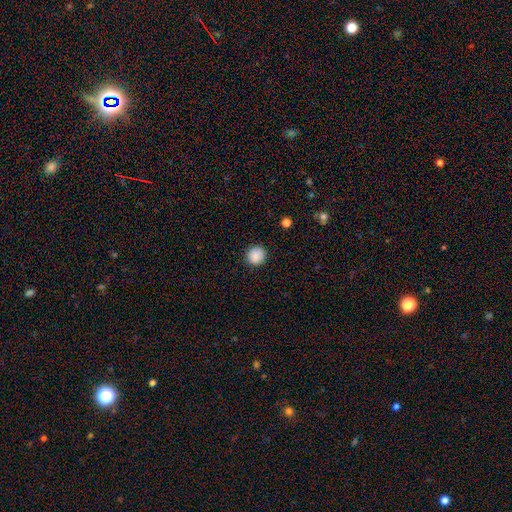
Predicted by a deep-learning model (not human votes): Smooth or featured: smooth — 88% (star or artifact — 9%)
How rounded: round — 93% (in between — 6%)
Merging: none — 90% (minor disturbance — 7%)